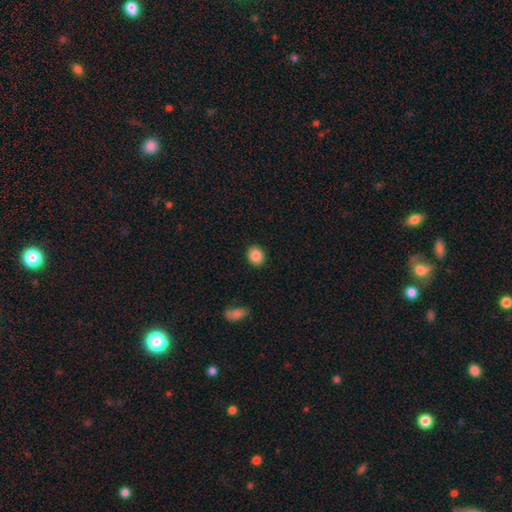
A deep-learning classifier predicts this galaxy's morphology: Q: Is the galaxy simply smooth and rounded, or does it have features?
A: smooth — 87%.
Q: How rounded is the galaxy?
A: round — 69%.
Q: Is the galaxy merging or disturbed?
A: none — 90%.